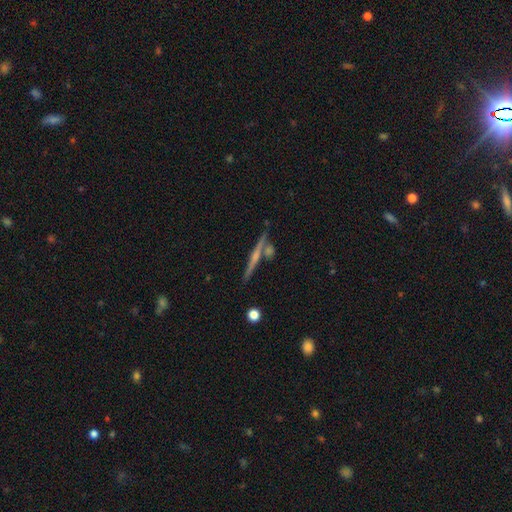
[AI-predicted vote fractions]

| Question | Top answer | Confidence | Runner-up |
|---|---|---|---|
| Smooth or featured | featured or disk | 63% | smooth (29%) |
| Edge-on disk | yes | 97% | no (3%) |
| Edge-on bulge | rounded | 48% | none (41%) |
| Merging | none | 73% | merger (16%) |